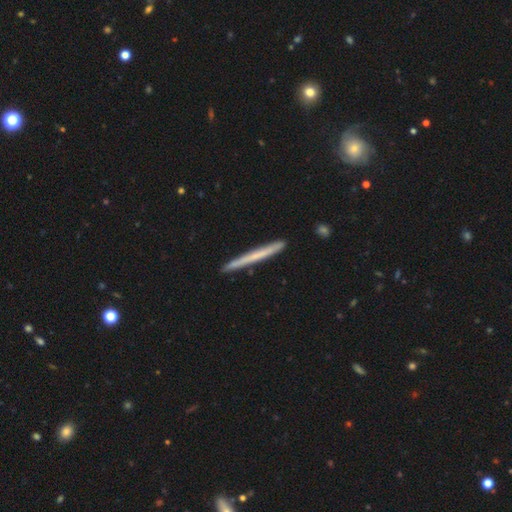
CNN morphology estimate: smooth_or_featured: smooth (p=0.49) [alt: featured or disk p=0.45]
merging: none (p=0.89) [alt: minor disturbance p=0.08]